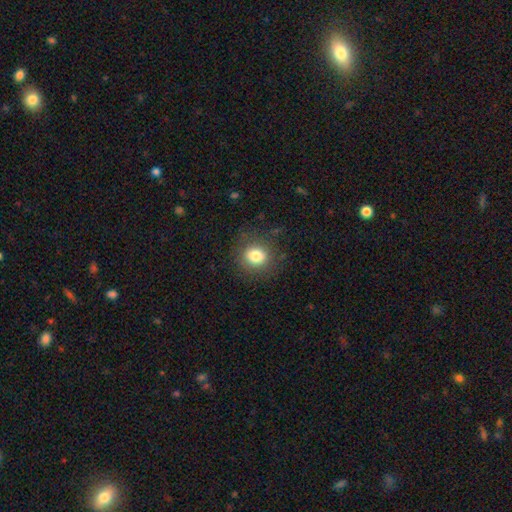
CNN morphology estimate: This is clearly a smooth galaxy (81%). How rounded: clearly round (81%). Merging: clearly none (84%).